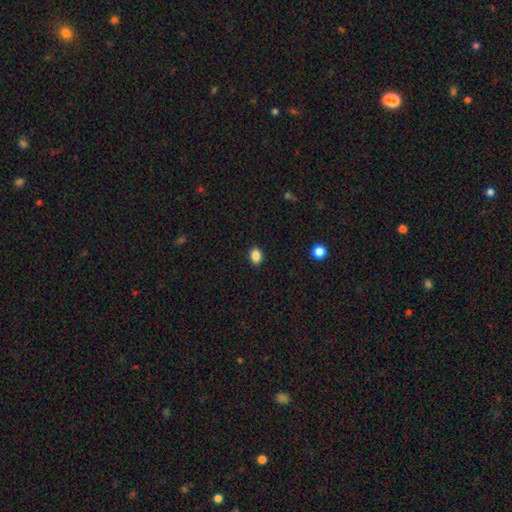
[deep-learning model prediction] Q: Smooth or featured?
A: smooth (86%); runner-up: star or artifact (10%)
Q: How rounded?
A: in between (71%); runner-up: round (28%)
Q: Merging?
A: none (90%); runner-up: minor disturbance (7%)